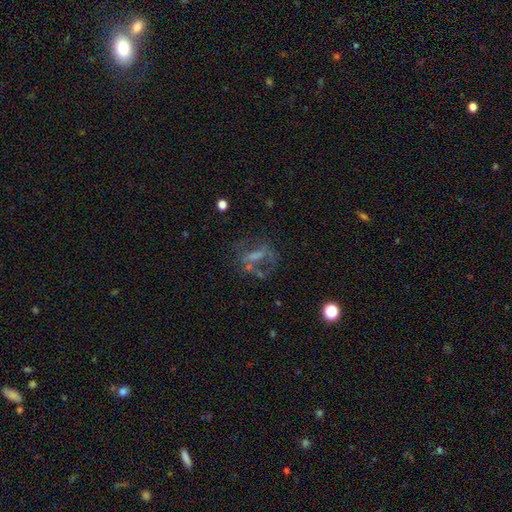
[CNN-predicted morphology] This appears to be a featured or disk galaxy (55%) with no bar (45%), no spiral arms (66%) and no central bulge (53%). Merging: none (46%).